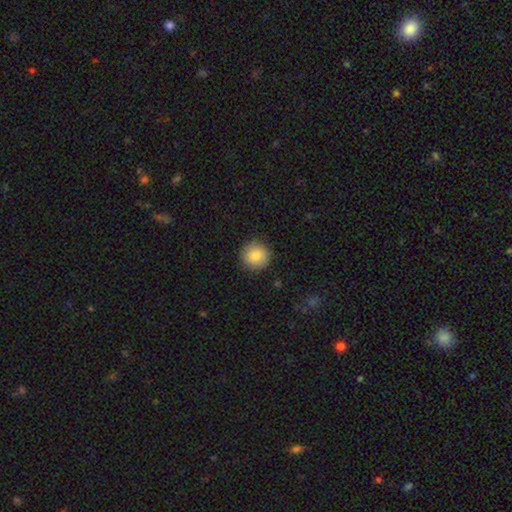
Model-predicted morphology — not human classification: A smooth galaxy with no disk features (87%) that is round (94%).

Vote fractions:
- Smooth or featured? smooth: 87% / star or artifact: 8% / featured or disk: 5%
- How rounded? round: 94% / in between: 5% / cigar-shaped: 1%
- Merging? none: 90% / minor disturbance: 7% / major disturbance: 2% / merger: 1%